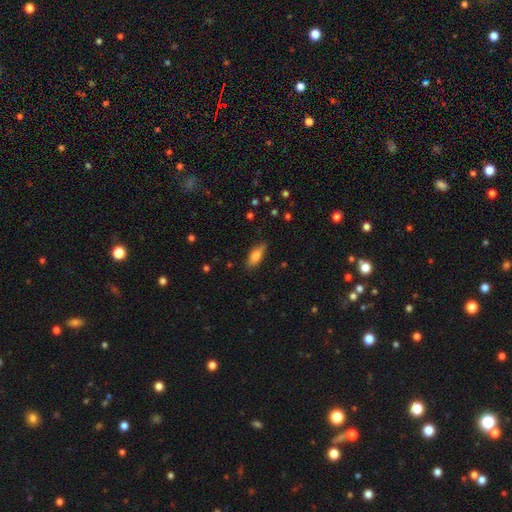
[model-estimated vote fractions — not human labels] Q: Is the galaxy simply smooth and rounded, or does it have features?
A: smooth — 77%.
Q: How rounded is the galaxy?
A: in between — 72%.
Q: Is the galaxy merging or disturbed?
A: none — 74%.